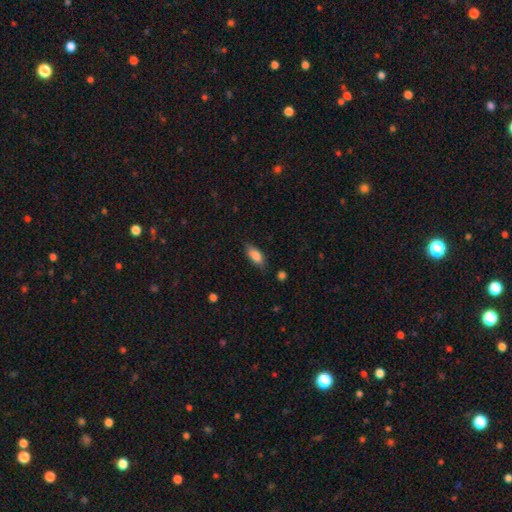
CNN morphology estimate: A smooth galaxy with no disk features (82%) that is in between round and cigar-shaped (80%).

Vote fractions:
- Smooth or featured? smooth: 82% / featured or disk: 11% / star or artifact: 7%
- How rounded? in between: 80% / cigar-shaped: 17% / round: 3%
- Merging? none: 74% / minor disturbance: 20% / major disturbance: 4% / merger: 2%